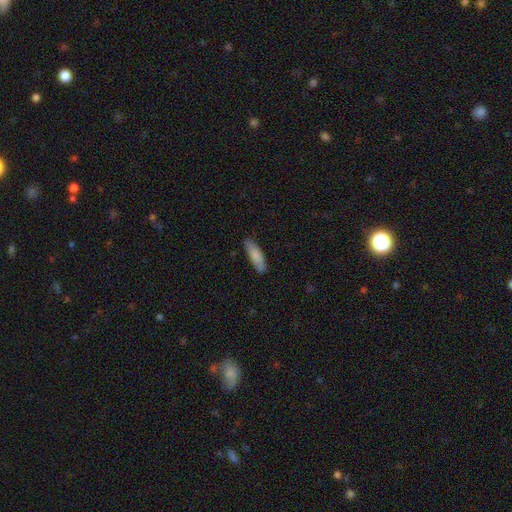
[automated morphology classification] Q: Smooth or featured?
A: smooth (84%); runner-up: featured or disk (11%)
Q: How rounded?
A: cigar-shaped (54%); runner-up: in between (44%)
Q: Merging?
A: none (82%); runner-up: minor disturbance (15%)